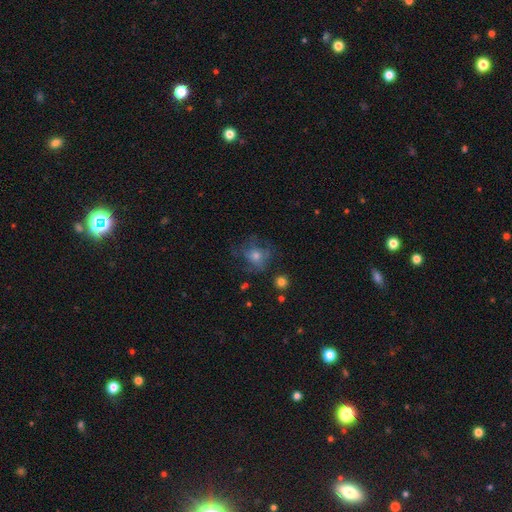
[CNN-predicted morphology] A featured or disk galaxy (43%).

Vote fractions:
- Smooth or featured? featured or disk: 43% / smooth: 40% / star or artifact: 17%
- Merging? none: 57% / major disturbance: 20% / minor disturbance: 20% / merger: 2%